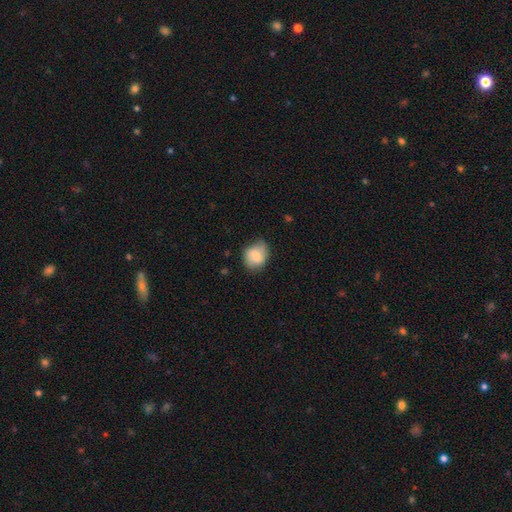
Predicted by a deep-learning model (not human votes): Smooth or featured?
  - smooth: 77% *
  - featured or disk: 16%
  - star or artifact: 7%
How rounded?
  - round: 59% *
  - in between: 40%
  - cigar-shaped: 1%
Merging?
  - none: 66% *
  - minor disturbance: 27%
  - major disturbance: 6%
  - merger: 2%